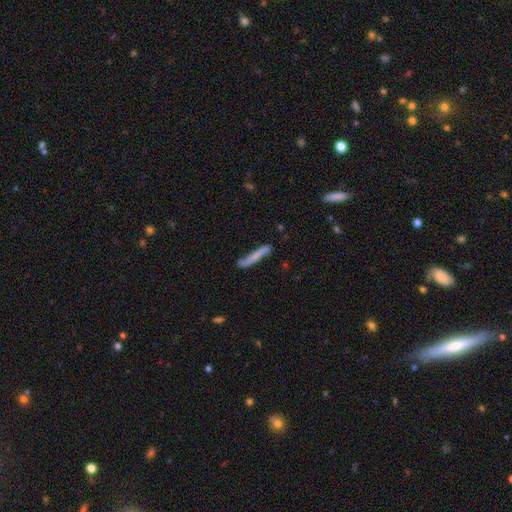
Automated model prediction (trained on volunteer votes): Smooth or featured? Predicted: smooth (p=0.51). How rounded? Predicted: cigar-shaped (p=0.94). Merging? Predicted: none (p=0.64).